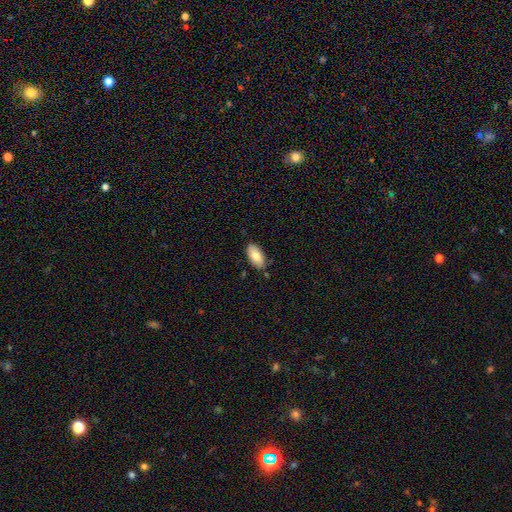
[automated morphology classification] Smooth or featured?
  - smooth: 80% *
  - featured or disk: 13%
  - star or artifact: 7%
How rounded?
  - in between: 94% *
  - cigar-shaped: 4%
  - round: 3%
Merging?
  - none: 81% *
  - minor disturbance: 14%
  - merger: 2%
  - major disturbance: 2%